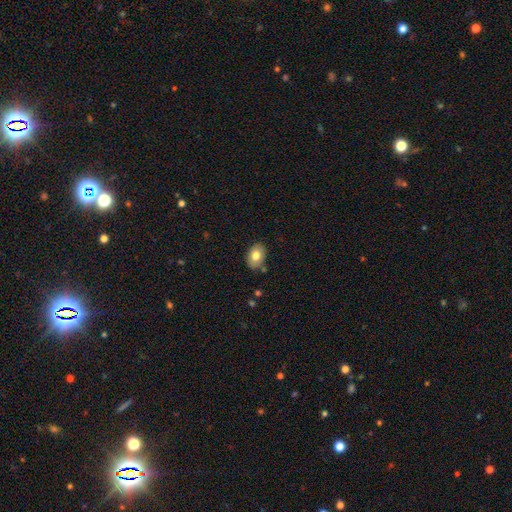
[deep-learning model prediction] smooth-or-featured: smooth: 77% | featured or disk: 15% | star or artifact: 8%
  how-rounded: in between: 75% | round: 24% | cigar-shaped: 1%
  merging: none: 82% | minor disturbance: 13% | merger: 3% | major disturbance: 2%